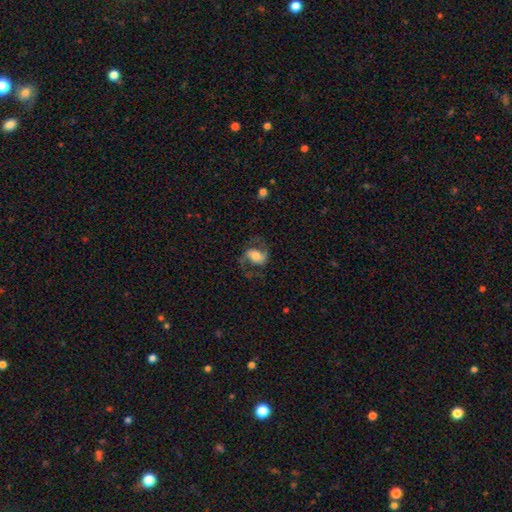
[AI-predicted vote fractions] This is likely a featured or disk galaxy (73%). It is clearly not viewed edge-on (97%). Bar: marginally no (39%). Spiral arm pattern: clearly yes (93%). Spiral arm count: clearly 2 (91%). Spiral winding: possibly medium (49%). Central bulge: possibly moderate (50%). Merging: likely none (66%).